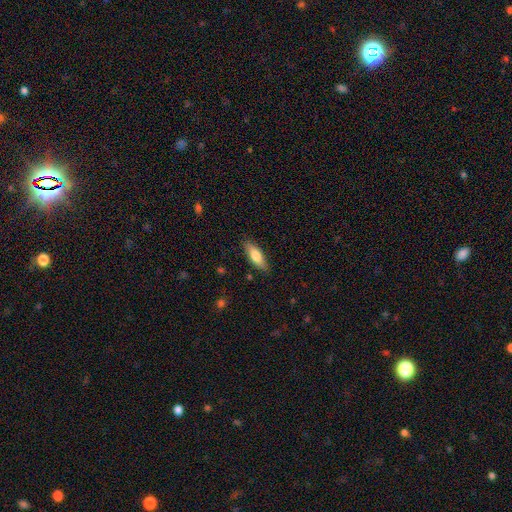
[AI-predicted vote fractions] Morphology: type=smooth (75%); roundness=in between (62%); merging=none (85%).